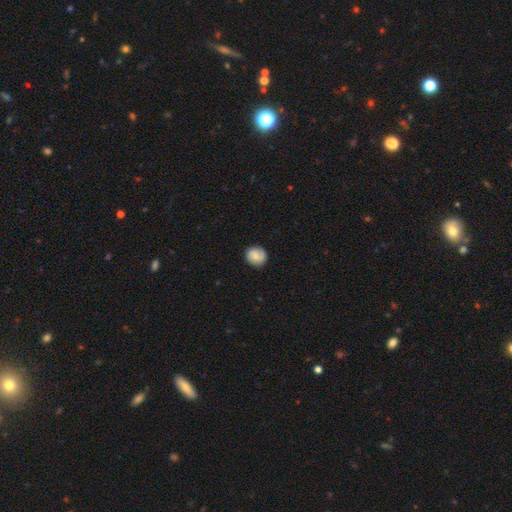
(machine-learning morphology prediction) type=smooth (79%); roundness=round (85%); merging=none (84%).